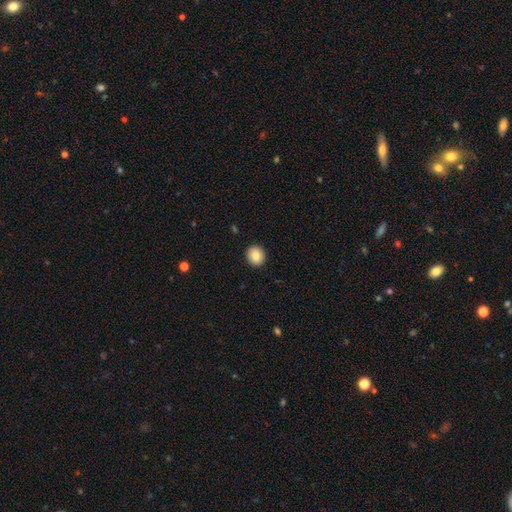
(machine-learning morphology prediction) smooth-or-featured: smooth: 85% | star or artifact: 8% | featured or disk: 7%
  how-rounded: round: 83% | in between: 16% | cigar-shaped: 1%
  merging: none: 92% | minor disturbance: 5% | major disturbance: 2% | merger: 1%